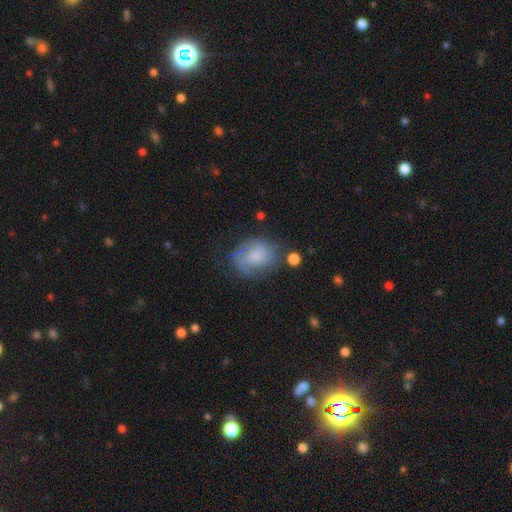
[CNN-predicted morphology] Overall: smooth (61%; featured or disk 30%). How rounded: in between (62%; round 36%). Merging: none (52%; minor disturbance 28%).